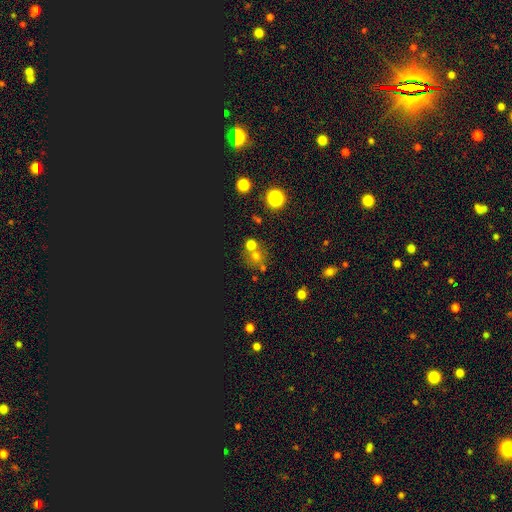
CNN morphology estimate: A smooth galaxy with no disk features (56%) that is round (82%). Merging: none (53%).